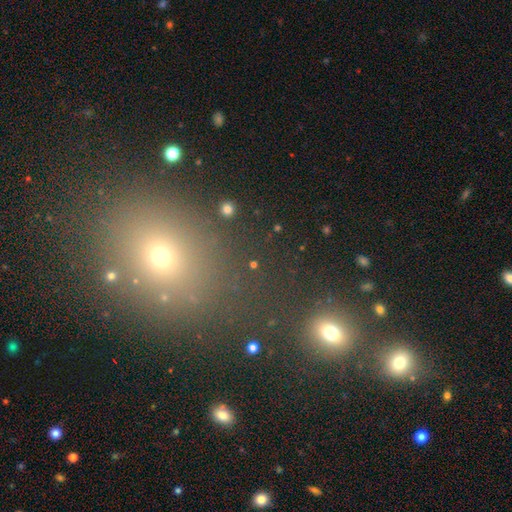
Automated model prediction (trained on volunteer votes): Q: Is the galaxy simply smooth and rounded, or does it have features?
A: smooth — 56%.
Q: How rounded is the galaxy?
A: round — 57%.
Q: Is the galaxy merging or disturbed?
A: none — 77%.